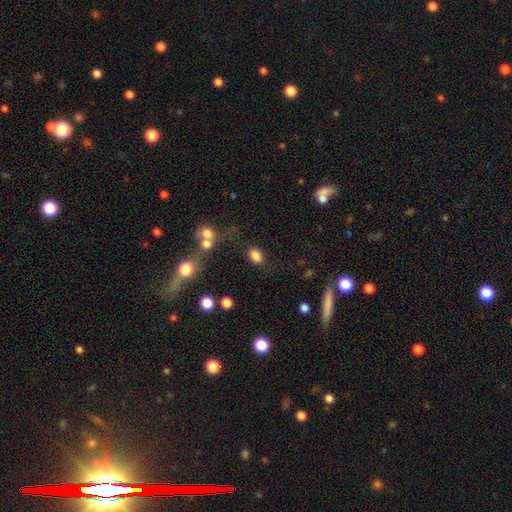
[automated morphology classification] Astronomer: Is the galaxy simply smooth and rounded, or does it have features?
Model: smooth — 84%.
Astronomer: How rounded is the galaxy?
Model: in between — 79%.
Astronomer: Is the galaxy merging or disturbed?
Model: none — 73%.